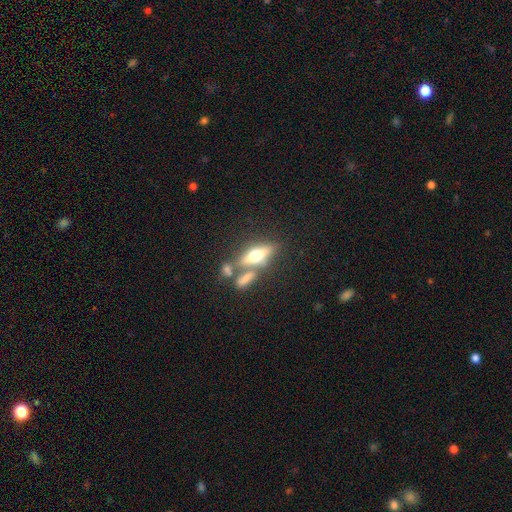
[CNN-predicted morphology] A featured or disk galaxy (47%).

Vote fractions:
- Smooth or featured? featured or disk: 47% / smooth: 44% / star or artifact: 9%
- Merging? none: 51% / merger: 29% / minor disturbance: 12% / major disturbance: 7%